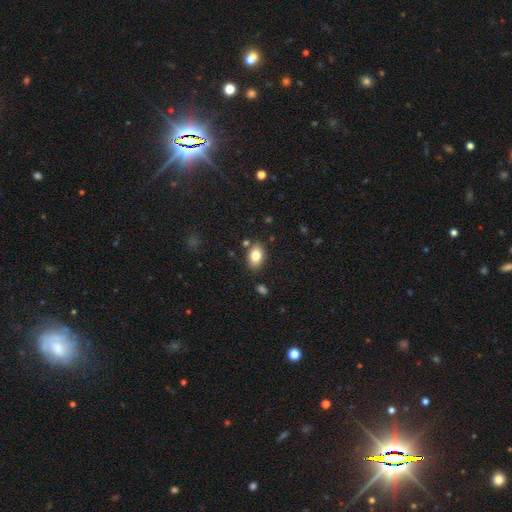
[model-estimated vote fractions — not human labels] smooth_or_featured: smooth (p=0.80) [alt: featured or disk p=0.11]
how_rounded: in between (p=0.84) [alt: round p=0.14]
merging: none (p=0.82) [alt: minor disturbance p=0.11]